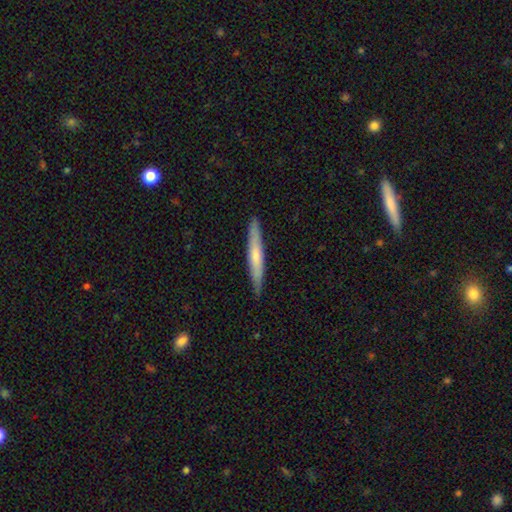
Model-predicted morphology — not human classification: The model was most divided on "smooth or featured": smooth: 53%, featured or disk: 42%, star or artifact: 5%. More confident: how rounded — cigar-shaped (95%); merging — none (89%).